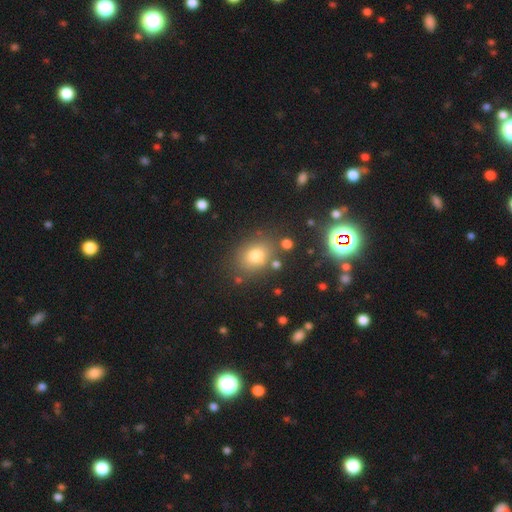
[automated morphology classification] This is likely a smooth galaxy (74%). How rounded: possibly in between (52%). Merging: likely none (77%).